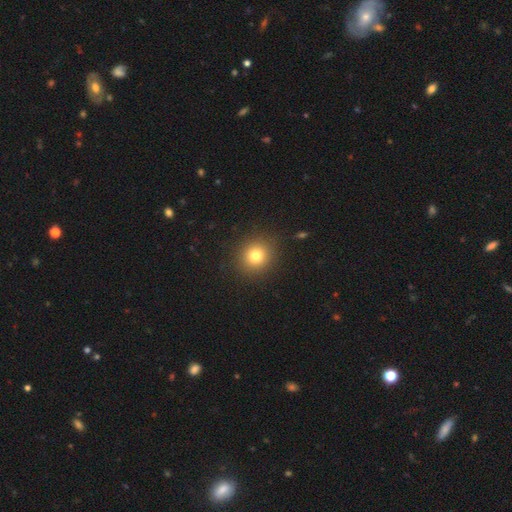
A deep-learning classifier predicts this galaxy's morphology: A smooth galaxy with no disk features (79%) that is round (88%). Merging: none (90%).